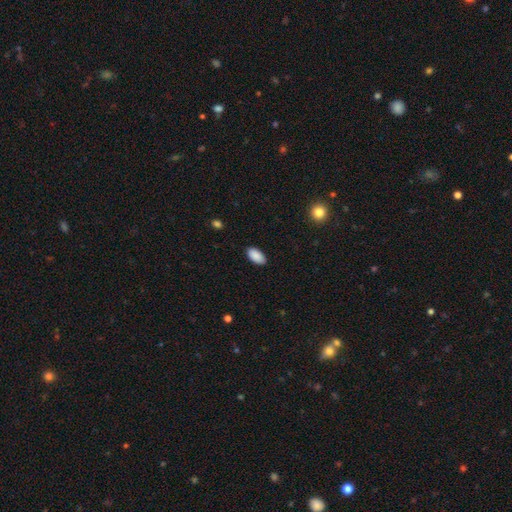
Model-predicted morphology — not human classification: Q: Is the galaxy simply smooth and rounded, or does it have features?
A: smooth — 90%.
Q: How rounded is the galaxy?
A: in between — 95%.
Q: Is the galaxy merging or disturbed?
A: none — 88%.